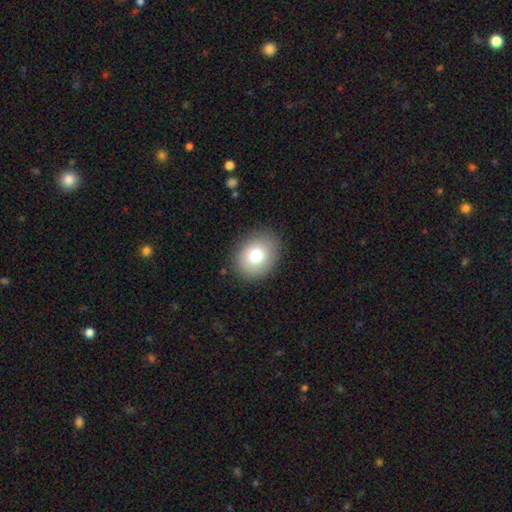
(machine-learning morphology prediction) This is likely a smooth galaxy (77%). How rounded: possibly round (53%). Merging: clearly none (87%).